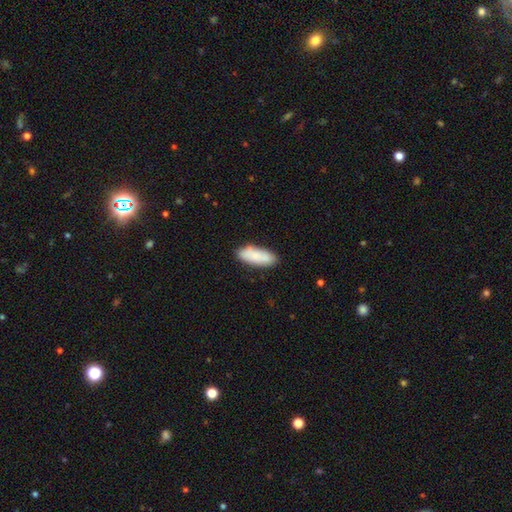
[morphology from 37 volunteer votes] smooth 78%, featured or disk 19%, star or artifact 3%. Down the decision tree: how rounded — in between (86%); merging — none (72%).